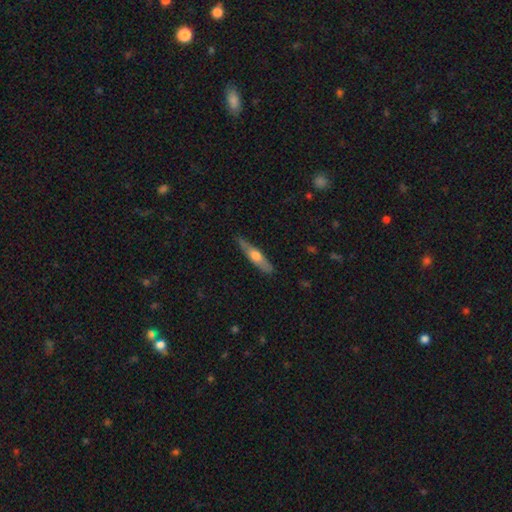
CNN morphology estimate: featured or disk 50%, smooth 45%, star or artifact 5%. Down the decision tree: merging — none (82%).